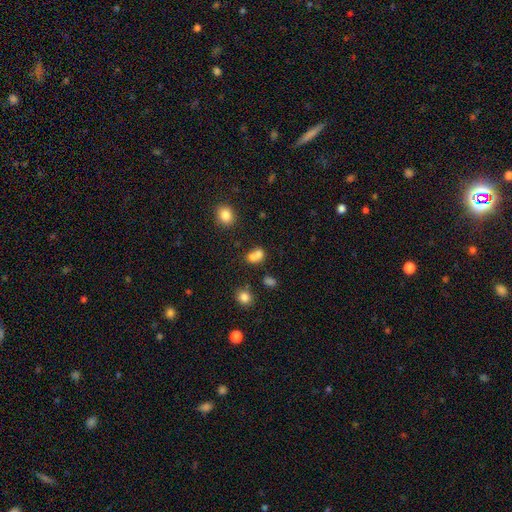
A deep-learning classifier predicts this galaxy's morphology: Smooth or featured?
  - smooth: 74% *
  - star or artifact: 13%
  - featured or disk: 13%
How rounded?
  - round: 52% *
  - in between: 47%
  - cigar-shaped: 1%
Merging?
  - merger: 58% *
  - none: 29%
  - minor disturbance: 8%
  - major disturbance: 5%